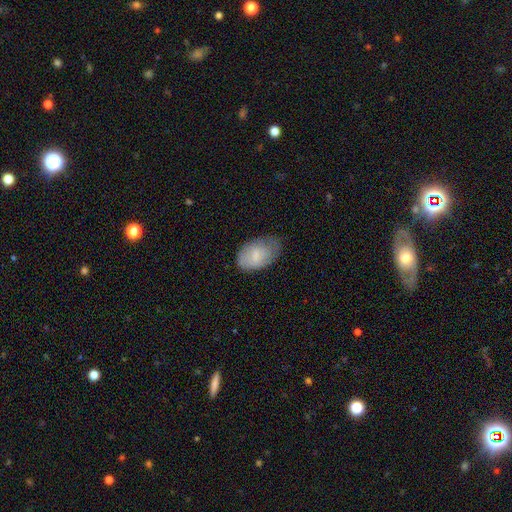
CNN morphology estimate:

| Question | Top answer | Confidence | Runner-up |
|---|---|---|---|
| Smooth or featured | smooth | 75% | featured or disk (18%) |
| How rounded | in between | 92% | round (7%) |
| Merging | none | 53% | minor disturbance (36%) |